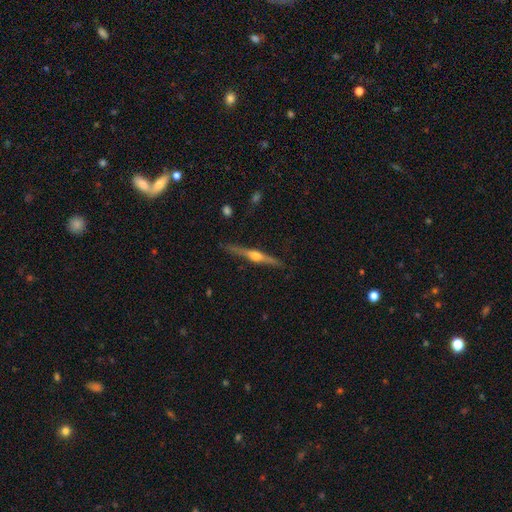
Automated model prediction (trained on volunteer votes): smooth_or_featured: featured or disk (p=0.77) [alt: smooth p=0.17]
disk_edge_on: yes (p=0.98) [alt: no p=0.02]
edge_on_bulge: rounded (p=0.92) [alt: boxy p=0.05]
merging: none (p=0.86) [alt: minor disturbance p=0.10]